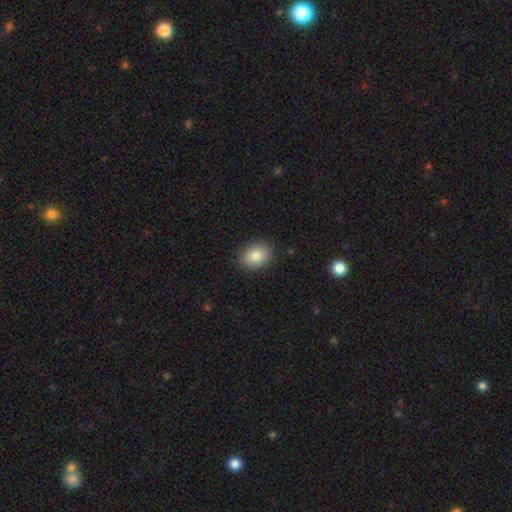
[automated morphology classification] smooth_or_featured: smooth (p=0.84) [alt: star or artifact p=0.08]
how_rounded: in between (p=0.60) [alt: round p=0.39]
merging: none (p=0.87) [alt: minor disturbance p=0.09]